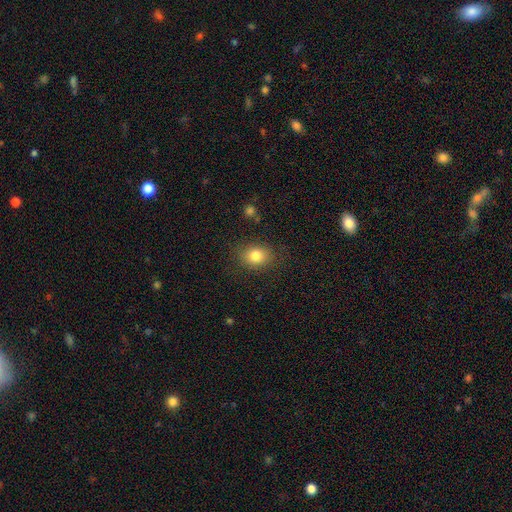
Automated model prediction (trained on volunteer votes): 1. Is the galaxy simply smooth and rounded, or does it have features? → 81% smooth, 11% star or artifact, 9% featured or disk.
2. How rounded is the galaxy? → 50% in between, 49% round, 1% cigar-shaped.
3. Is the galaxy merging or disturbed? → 82% none, 12% minor disturbance, 4% major disturbance, 2% merger.